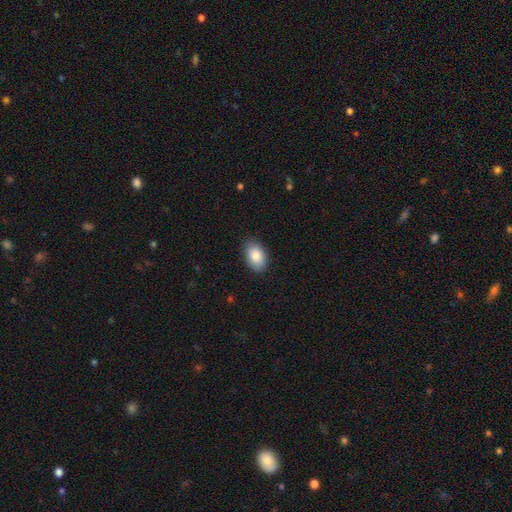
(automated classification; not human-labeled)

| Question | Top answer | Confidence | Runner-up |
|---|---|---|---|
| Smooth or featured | smooth | 85% | featured or disk (9%) |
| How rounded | in between | 89% | round (10%) |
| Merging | none | 87% | minor disturbance (10%) |